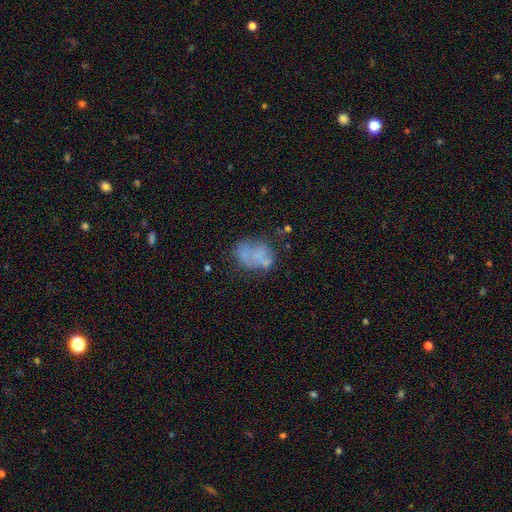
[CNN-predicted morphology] Overall: smooth (45%; featured or disk 41%). Merging: none (45%; minor disturbance 23%).